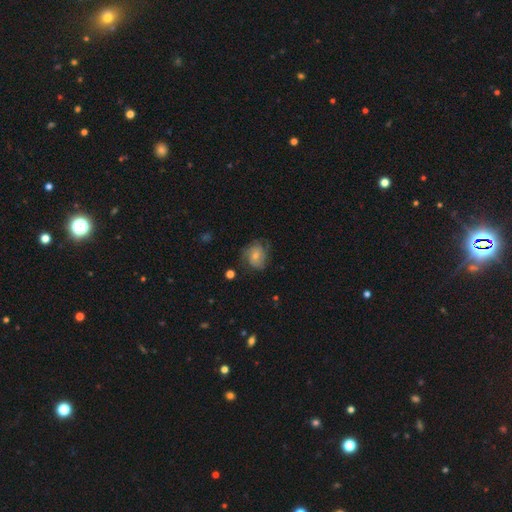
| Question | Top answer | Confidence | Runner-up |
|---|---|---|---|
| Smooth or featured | smooth | 50% | featured or disk (45%) |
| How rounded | in between | 55% | round (45%) |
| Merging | none | 42% | minor disturbance (29%) |